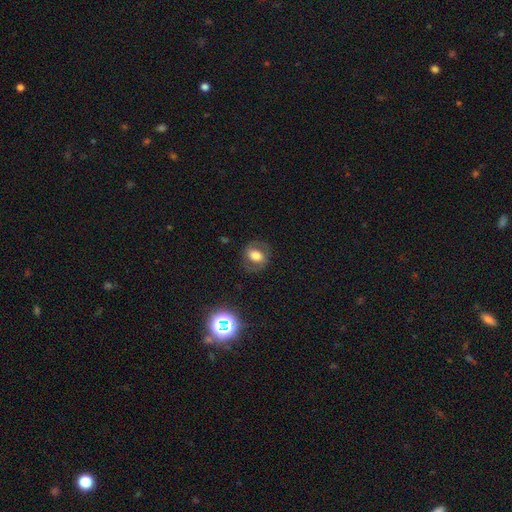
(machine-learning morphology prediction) type=smooth (46%); merging=none (76%).